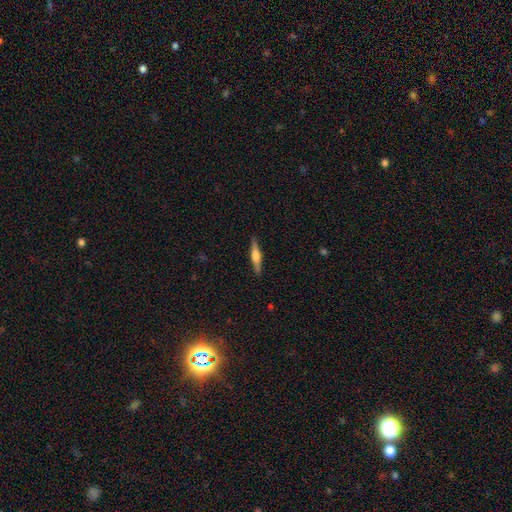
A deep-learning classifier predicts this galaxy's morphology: Smooth or featured: featured or disk — 60% (smooth — 35%)
Edge-on disk: yes — 97% (no — 3%)
Edge-on bulge: rounded — 81% (boxy — 14%)
Merging: none — 90% (minor disturbance — 7%)